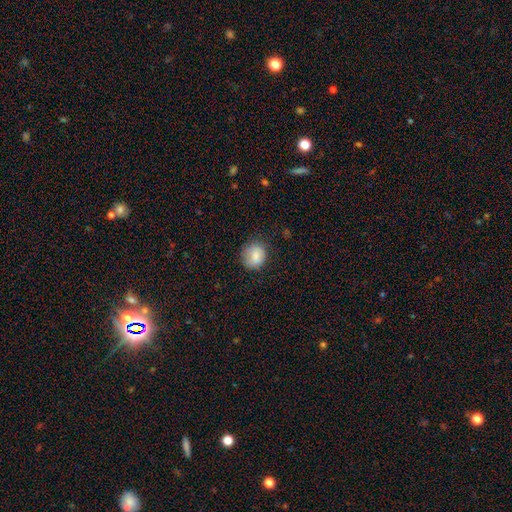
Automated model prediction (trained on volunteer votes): Q: Smooth or featured?
A: smooth (85%); runner-up: star or artifact (8%)
Q: How rounded?
A: round (75%); runner-up: in between (24%)
Q: Merging?
A: none (74%); runner-up: minor disturbance (20%)